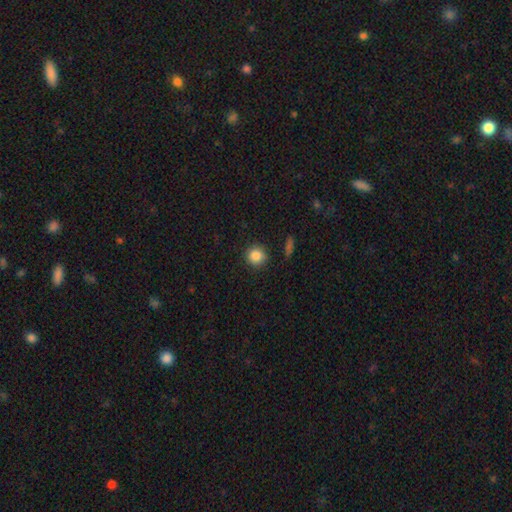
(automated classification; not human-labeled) Overall: smooth (86%). How rounded: round (92%). Merging: none (89%).